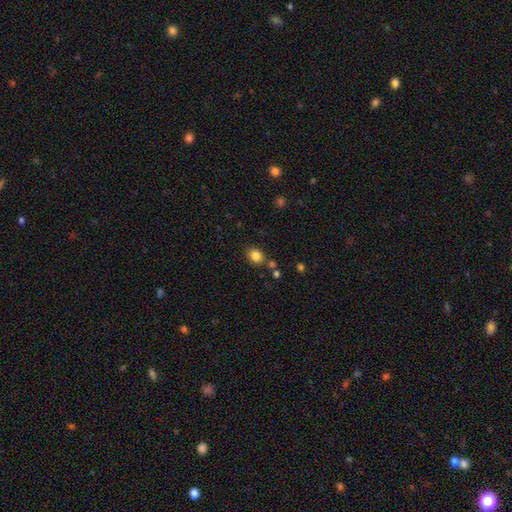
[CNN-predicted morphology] type=smooth (84%); roundness=round (55%); merging=none (77%).